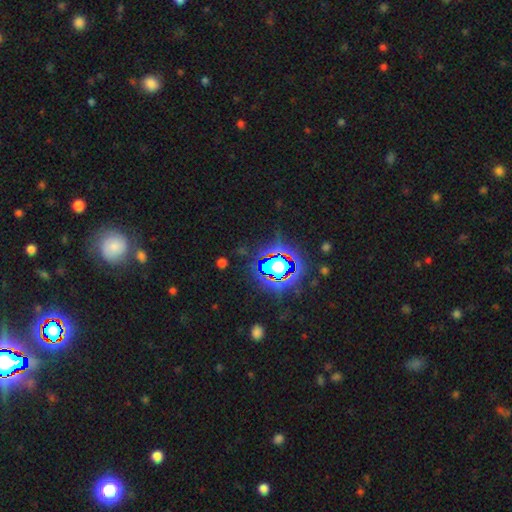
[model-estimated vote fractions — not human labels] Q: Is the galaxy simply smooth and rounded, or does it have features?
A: star or artifact — 82%.